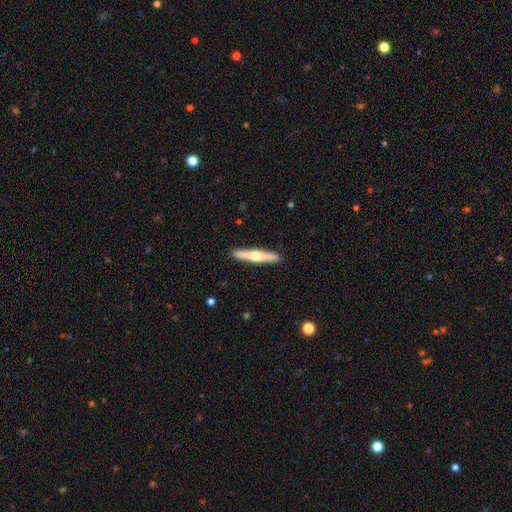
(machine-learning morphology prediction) smooth_or_featured: featured or disk (p=0.55) [alt: smooth p=0.40]
disk_edge_on: yes (p=0.96) [alt: no p=0.04]
edge_on_bulge: rounded (p=0.90) [alt: none p=0.06]
merging: none (p=0.91) [alt: minor disturbance p=0.07]